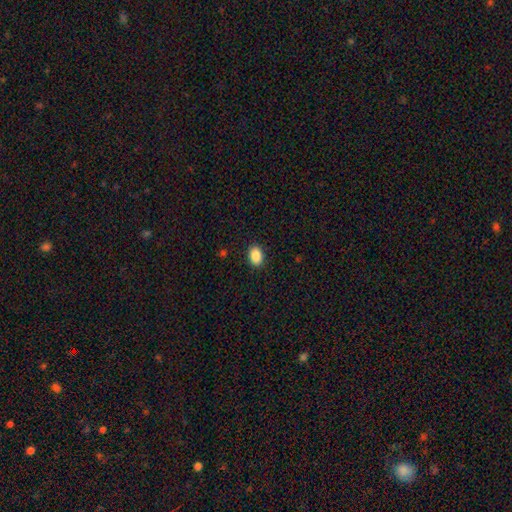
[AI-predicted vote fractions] Overall: smooth (88%). How rounded: in between (79%). Merging: none (90%).